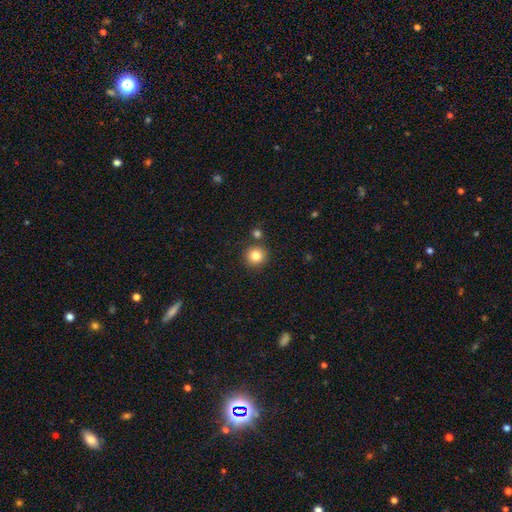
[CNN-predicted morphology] smooth_or_featured: smooth (p=0.82) [alt: star or artifact p=0.11]
how_rounded: round (p=0.93) [alt: in between p=0.06]
merging: none (p=0.84) [alt: merger p=0.07]